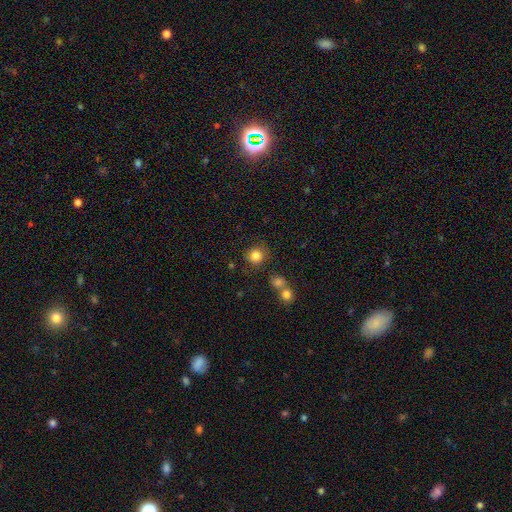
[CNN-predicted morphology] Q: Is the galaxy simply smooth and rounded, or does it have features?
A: smooth — 83%.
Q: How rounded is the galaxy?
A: round — 91%.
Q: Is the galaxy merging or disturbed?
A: none — 80%.